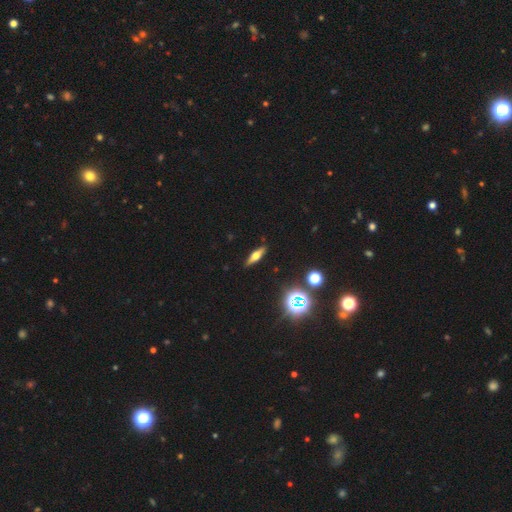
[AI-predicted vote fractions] featured or disk 53%, smooth 34%, star or artifact 13%. Down the decision tree: edge-on disk — yes (92%); merging — none (90%).